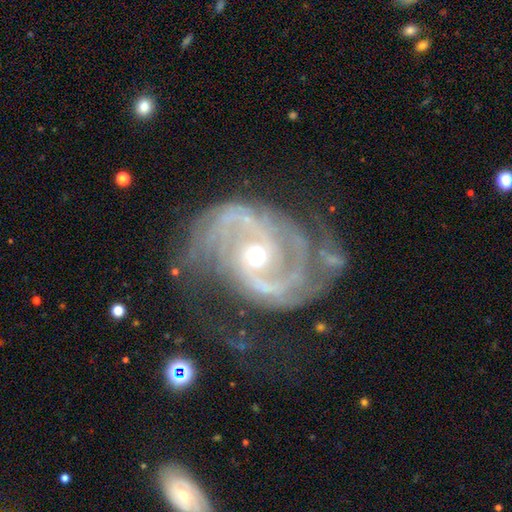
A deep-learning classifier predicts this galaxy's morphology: Smooth or featured?
  - featured or disk: 92% *
  - star or artifact: 5%
  - smooth: 3%
Edge-on disk?
  - no: 98% *
  - yes: 2%
Bar?
  - no: 53% *
  - weak: 36%
  - strong: 12%
Spiral arms?
  - yes: 98% *
  - no: 2%
Spiral winding?
  - medium: 45% *
  - tight: 44%
  - loose: 11%
Spiral arm count?
  - 2: 70% *
  - 3: 10%
  - can't tell: 9%
  - 4: 4%
  - 1: 4%
  - more than 4: 3%
Bulge size?
  - moderate: 57% *
  - small: 38%
  - large: 3%
  - none: 1%
  - dominant: 1%
Merging?
  - none: 57% *
  - minor disturbance: 23%
  - major disturbance: 17%
  - merger: 3%